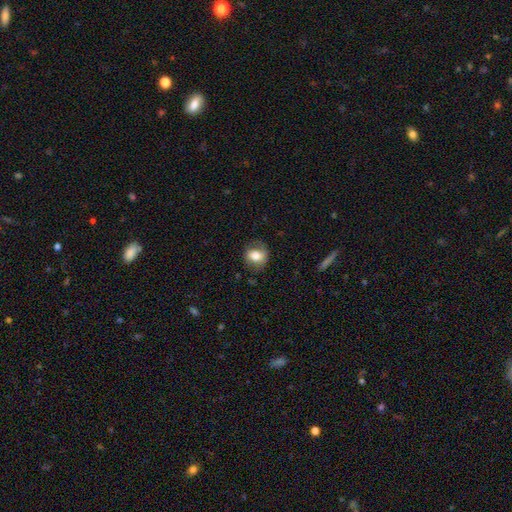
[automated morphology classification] smooth 68%, featured or disk 24%, star or artifact 8%. Down the decision tree: how rounded — round (52%); merging — none (70%).